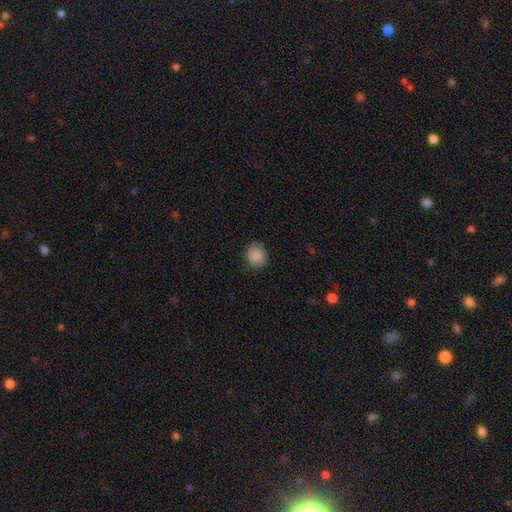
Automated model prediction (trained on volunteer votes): smooth-or-featured: smooth: 88% | star or artifact: 9% | featured or disk: 3%
  how-rounded: round: 83% | in between: 16% | cigar-shaped: 1%
  merging: none: 83% | minor disturbance: 13% | major disturbance: 3% | merger: 1%